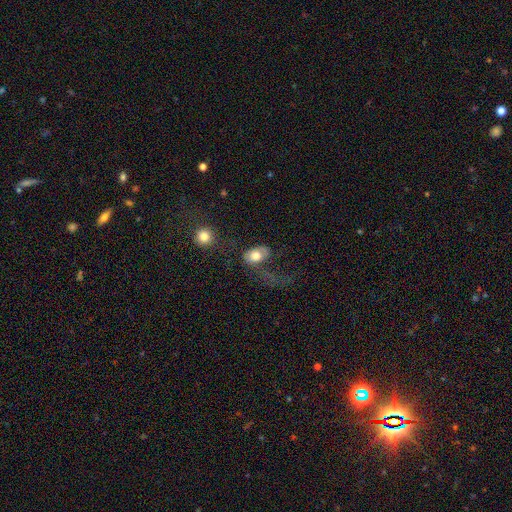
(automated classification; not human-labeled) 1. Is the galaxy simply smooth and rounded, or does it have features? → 70% smooth, 23% featured or disk, 8% star or artifact.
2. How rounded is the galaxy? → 79% in between, 19% round, 2% cigar-shaped.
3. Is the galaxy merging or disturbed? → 45% major disturbance, 28% none, 18% minor disturbance, 8% merger.